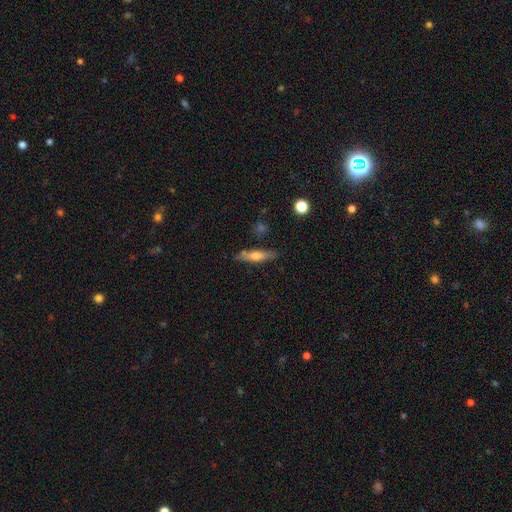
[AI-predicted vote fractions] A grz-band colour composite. It shows a smooth galaxy with no disk features (54%) that is cigar-shaped (77%). Merging: none (80%).